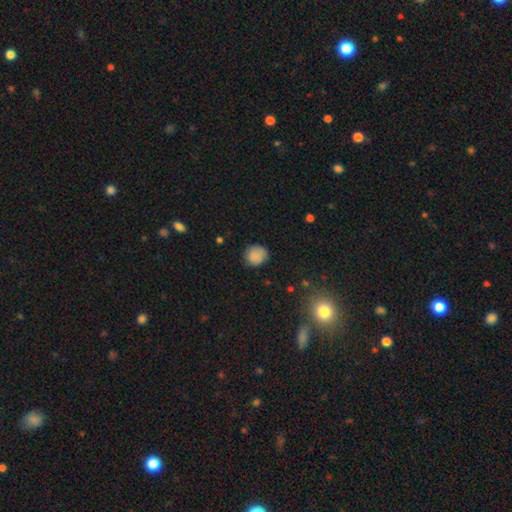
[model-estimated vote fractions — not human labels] Q: Smooth or featured?
A: smooth (86%); runner-up: star or artifact (9%)
Q: How rounded?
A: round (84%); runner-up: in between (15%)
Q: Merging?
A: none (81%); runner-up: minor disturbance (15%)